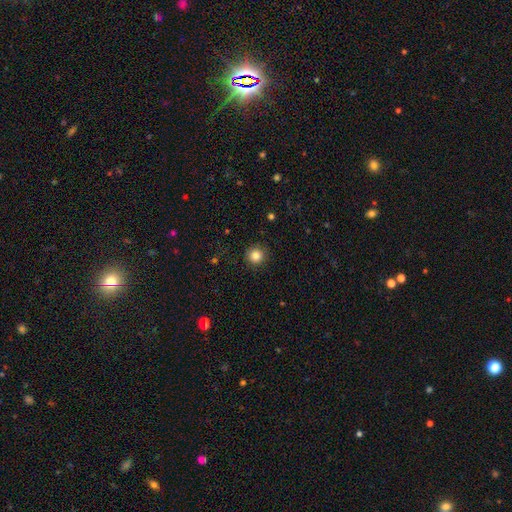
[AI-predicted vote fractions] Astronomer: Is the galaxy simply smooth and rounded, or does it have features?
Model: smooth — 83%.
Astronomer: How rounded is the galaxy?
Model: round — 95%.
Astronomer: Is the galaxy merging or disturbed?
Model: none — 90%.